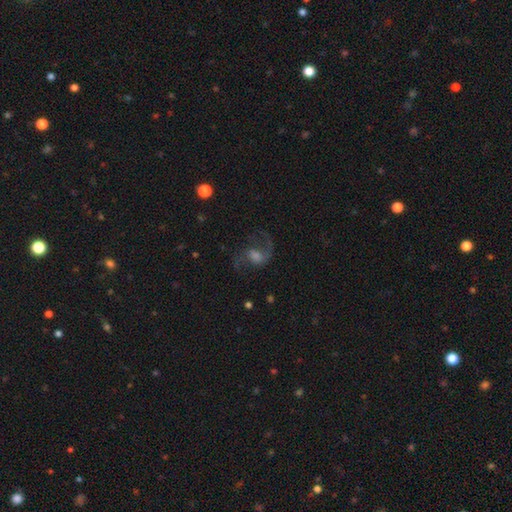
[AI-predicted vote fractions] A featured or disk galaxy (74%) with a weak bar (47%), 2 (82%) loose (58%) spiral arms (93%) and a moderate central bulge (40%).

Vote fractions:
- Smooth or featured? featured or disk: 74% / smooth: 15% / star or artifact: 12%
- Edge-on disk? no: 97% / yes: 3%
- Bar? weak: 47% / no: 43% / strong: 10%
- Spiral arms? yes: 93% / no: 7%
- Spiral winding? loose: 58% / medium: 36% / tight: 6%
- Spiral arm count? 2: 82% / 1: 9% / can't tell: 4% / 3: 2% / 4: 1% / more than 4: 1%
- Bulge size? moderate: 40% / small: 22% / large: 20% / none: 15% / dominant: 3%
- Merging? none: 63% / major disturbance: 19% / minor disturbance: 15% / merger: 2%